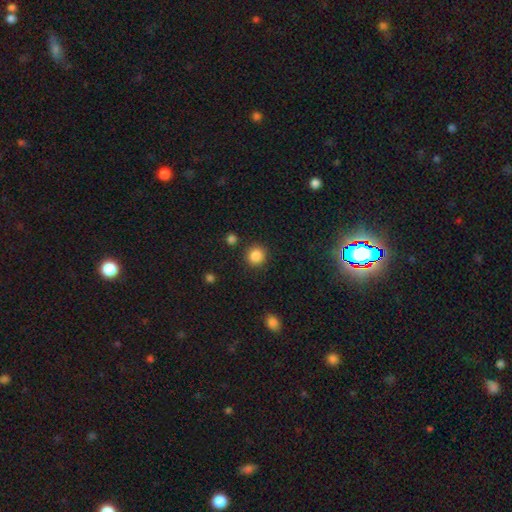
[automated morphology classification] This appears to be a smooth galaxy with no disk features (87%) that is round (91%). Merging: none (88%).